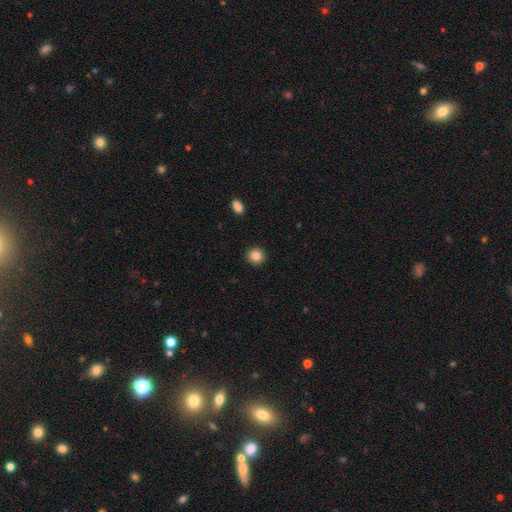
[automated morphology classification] smooth_or_featured: smooth (p=0.85) [alt: star or artifact p=0.10]
how_rounded: round (p=0.92) [alt: in between p=0.07]
merging: none (p=0.93) [alt: minor disturbance p=0.05]